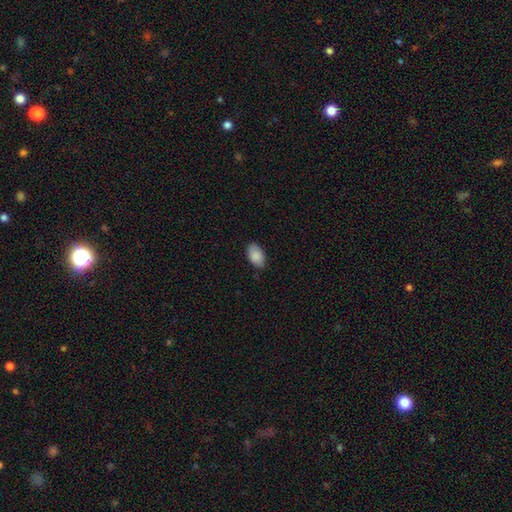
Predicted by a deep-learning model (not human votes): Smooth or featured? smooth (88%)
How rounded? in between (93%)
Merging? none (82%)